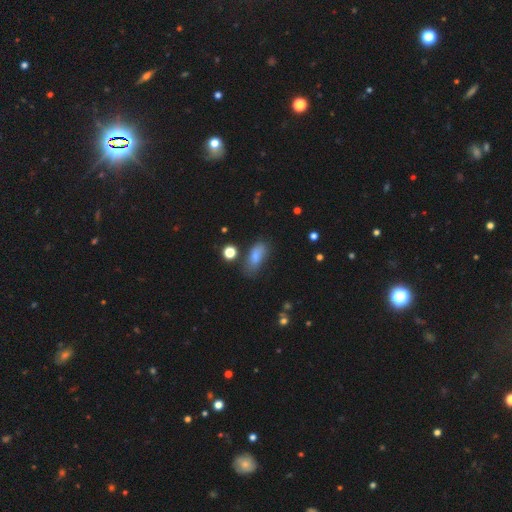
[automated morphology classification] A smooth galaxy with no disk features (73%) that is in between round and cigar-shaped (82%).

Vote fractions:
- Smooth or featured? smooth: 73% / featured or disk: 16% / star or artifact: 11%
- How rounded? in between: 82% / cigar-shaped: 12% / round: 6%
- Merging? none: 56% / minor disturbance: 28% / major disturbance: 11% / merger: 5%